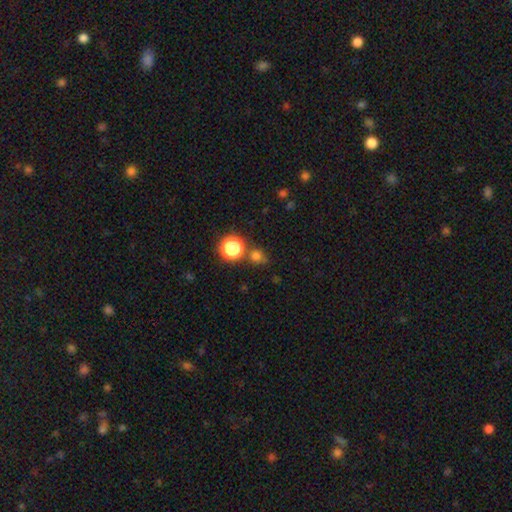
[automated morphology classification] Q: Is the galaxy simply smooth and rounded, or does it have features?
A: smooth — 61%.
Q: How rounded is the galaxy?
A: round — 82%.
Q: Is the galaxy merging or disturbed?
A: none — 74%.